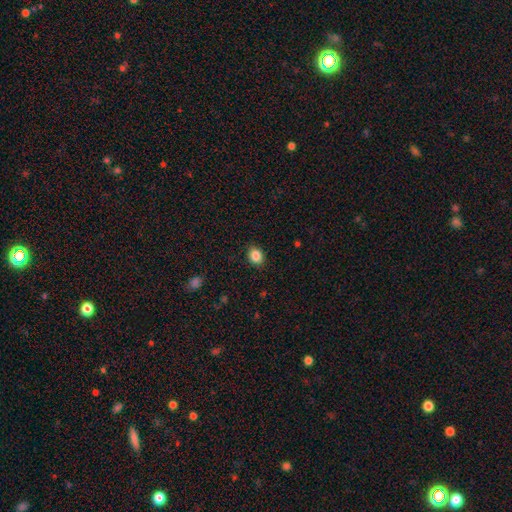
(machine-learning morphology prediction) smooth-or-featured: smooth: 86% | star or artifact: 9% | featured or disk: 5%
  how-rounded: in between: 52% | round: 47% | cigar-shaped: 1%
  merging: none: 89% | minor disturbance: 8% | major disturbance: 2% | merger: 1%